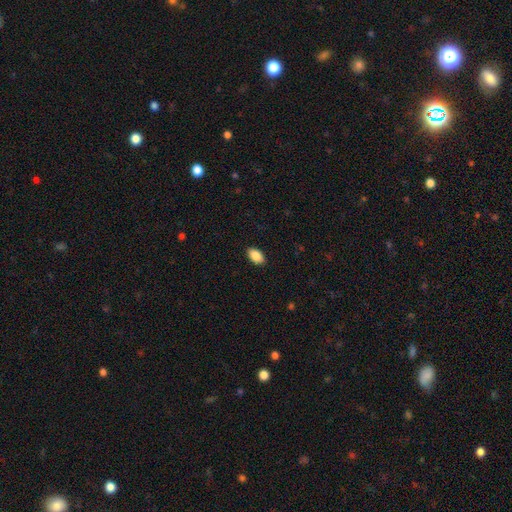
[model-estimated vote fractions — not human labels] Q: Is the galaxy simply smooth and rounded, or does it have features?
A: smooth — 88%.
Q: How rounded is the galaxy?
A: in between — 93%.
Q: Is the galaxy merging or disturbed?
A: none — 89%.